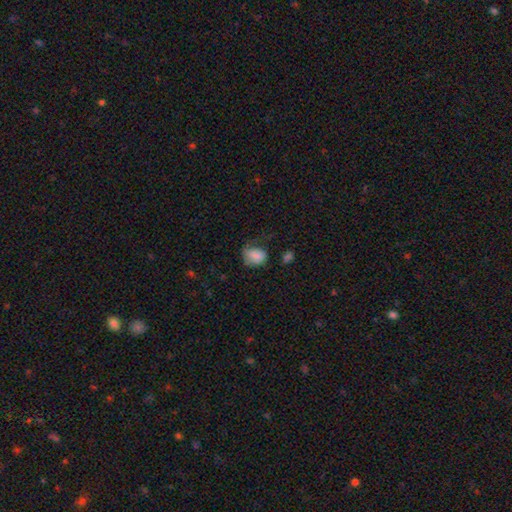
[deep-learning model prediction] A smooth galaxy with no disk features (77%) that is in between round and cigar-shaped (67%).

Vote fractions:
- Smooth or featured? smooth: 77% / featured or disk: 14% / star or artifact: 9%
- How rounded? in between: 67% / round: 32% / cigar-shaped: 1%
- Merging? none: 38% / minor disturbance: 34% / major disturbance: 25% / merger: 3%